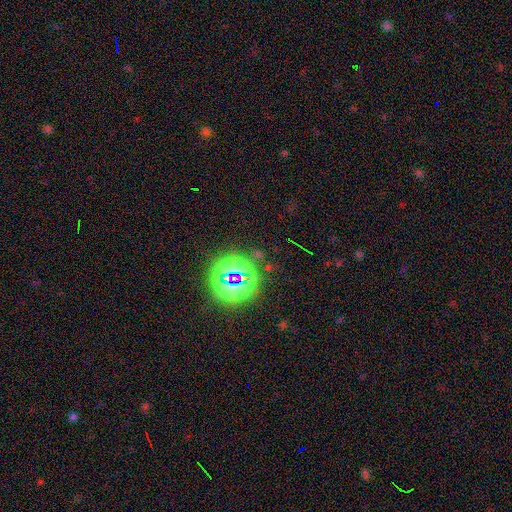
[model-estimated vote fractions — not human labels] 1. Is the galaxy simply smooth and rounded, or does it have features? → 76% star or artifact, 15% smooth, 9% featured or disk.